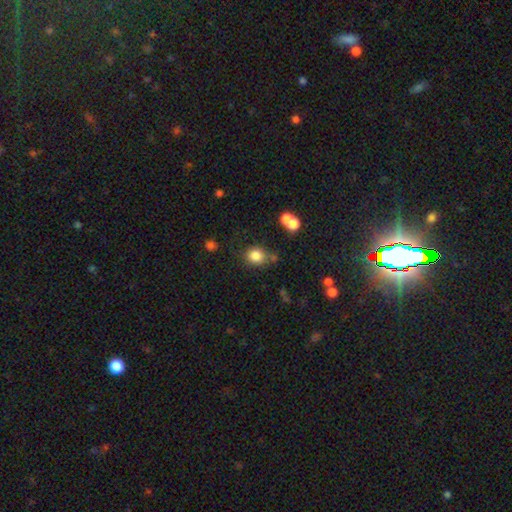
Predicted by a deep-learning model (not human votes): Morphology: type=smooth (83%); roundness=round (74%); merging=none (71%).